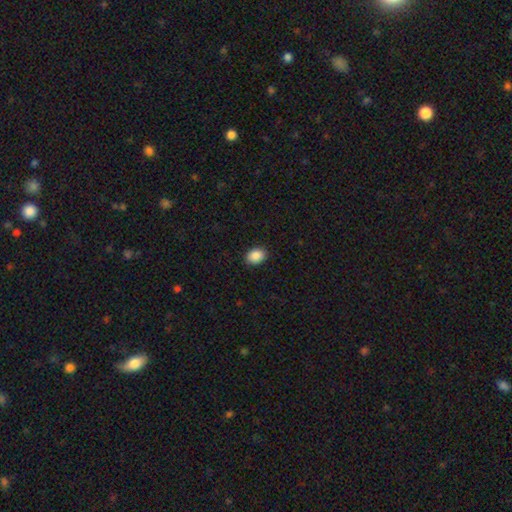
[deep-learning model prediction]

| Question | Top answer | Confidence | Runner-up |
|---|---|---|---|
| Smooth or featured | smooth | 89% | star or artifact (8%) |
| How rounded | in between | 74% | round (26%) |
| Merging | none | 91% | minor disturbance (7%) |